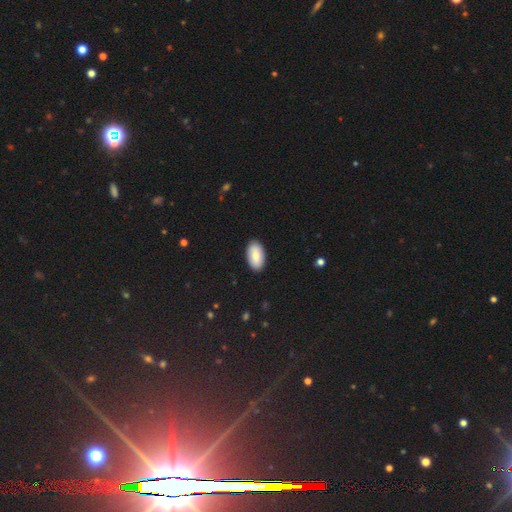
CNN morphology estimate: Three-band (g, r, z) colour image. It shows a smooth galaxy with no disk features (78%) that is in between round and cigar-shaped (95%). Merging: none (90%).